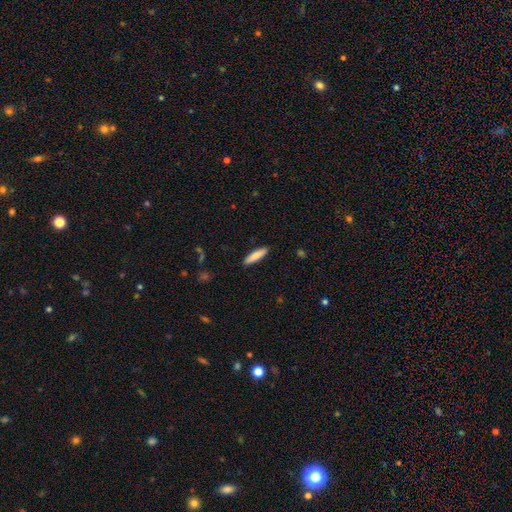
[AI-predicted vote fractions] Smooth or featured? Predicted: smooth (p=0.83). How rounded? Predicted: cigar-shaped (p=0.79). Merging? Predicted: none (p=0.90).